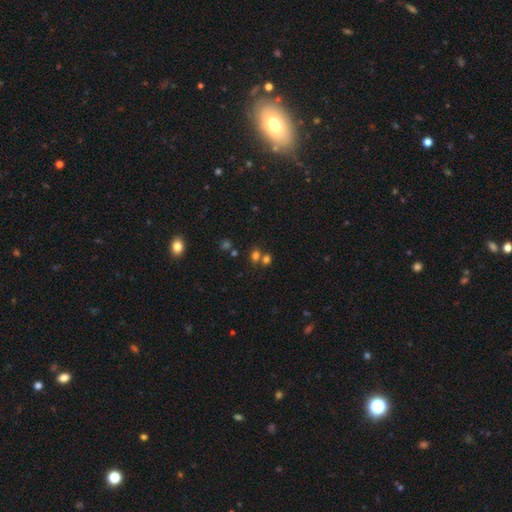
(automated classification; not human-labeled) Morphology: type=smooth (69%); roundness=in between (49%, tied with round); merging=none (49%).